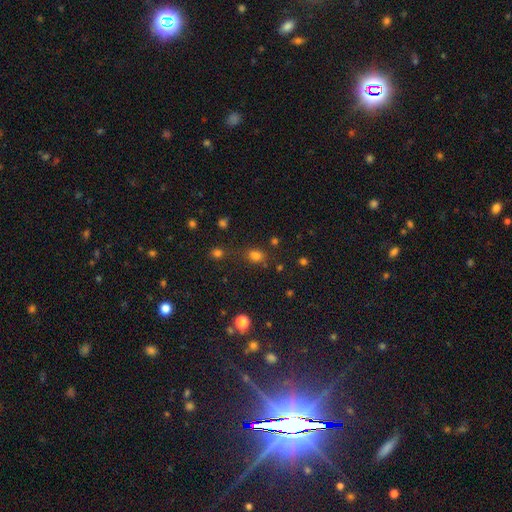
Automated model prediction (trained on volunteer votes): Smooth or featured?
  - smooth: 74% *
  - star or artifact: 19%
  - featured or disk: 7%
How rounded?
  - in between: 54% *
  - round: 44%
  - cigar-shaped: 2%
Merging?
  - none: 62% *
  - minor disturbance: 16%
  - merger: 14%
  - major disturbance: 7%